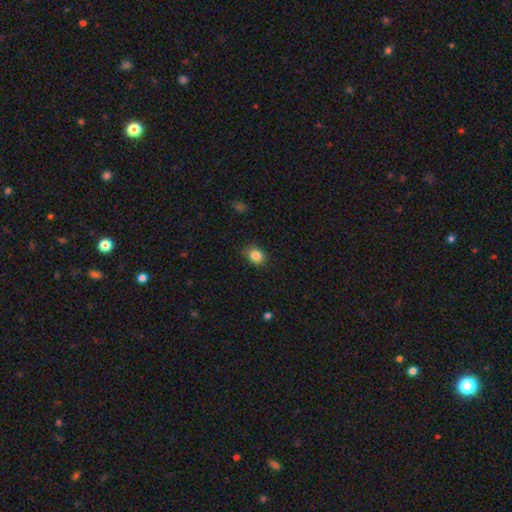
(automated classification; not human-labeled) Smooth or featured: smooth — 85% (star or artifact — 10%)
How rounded: round — 56% (in between — 43%)
Merging: none — 83% (minor disturbance — 13%)